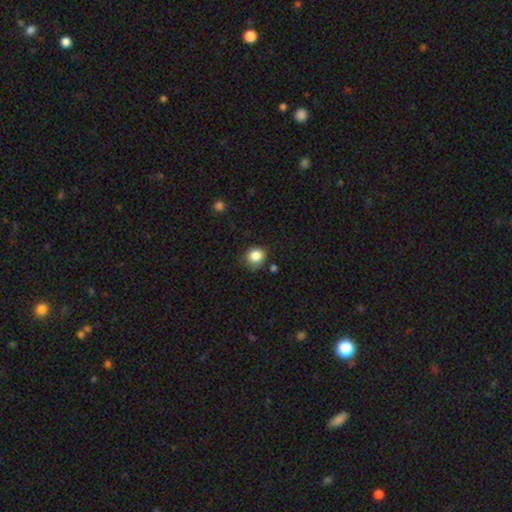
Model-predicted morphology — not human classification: A smooth galaxy with no disk features (85%) that is round (78%).

Vote fractions:
- Smooth or featured? smooth: 85% / star or artifact: 10% / featured or disk: 5%
- How rounded? round: 78% / in between: 22% / cigar-shaped: 1%
- Merging? none: 71% / minor disturbance: 21% / major disturbance: 5% / merger: 3%